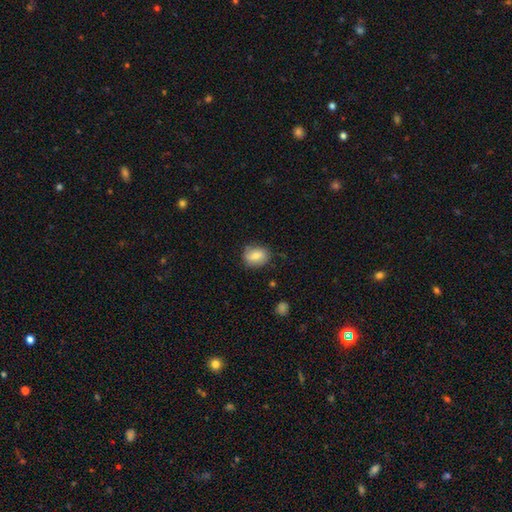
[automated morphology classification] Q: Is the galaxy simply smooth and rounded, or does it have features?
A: smooth — 75%.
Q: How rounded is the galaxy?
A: in between — 50%.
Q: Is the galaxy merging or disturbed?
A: none — 75%.